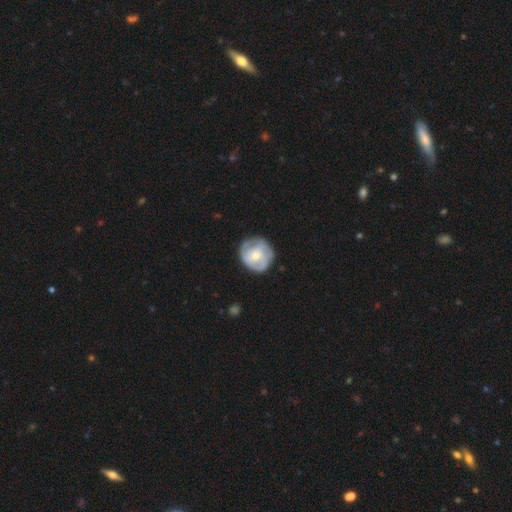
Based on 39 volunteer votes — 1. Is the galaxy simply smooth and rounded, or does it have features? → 56% featured or disk, 36% smooth, 8% star or artifact.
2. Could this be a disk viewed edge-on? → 95% no, 5% yes.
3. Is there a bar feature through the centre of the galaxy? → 81% no, 14% weak, 5% strong.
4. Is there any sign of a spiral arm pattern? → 57% yes, 43% no.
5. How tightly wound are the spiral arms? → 42% tight (tied), 42% medium (tied), 17% loose.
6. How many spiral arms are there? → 50% 3, 25% can't tell, 17% 1, 8% 2, 0% 4, 0% more than 4.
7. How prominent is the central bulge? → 48% moderate, 43% small, 5% dominant, 5% none, 0% large.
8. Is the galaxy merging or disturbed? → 67% none, 19% minor disturbance, 14% major disturbance, 0% merger.